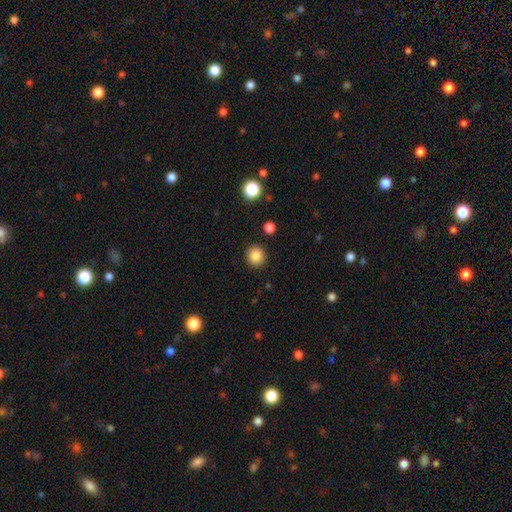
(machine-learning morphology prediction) Smooth or featured? Predicted: smooth (p=0.86). How rounded? Predicted: round (p=0.89). Merging? Predicted: none (p=0.91).